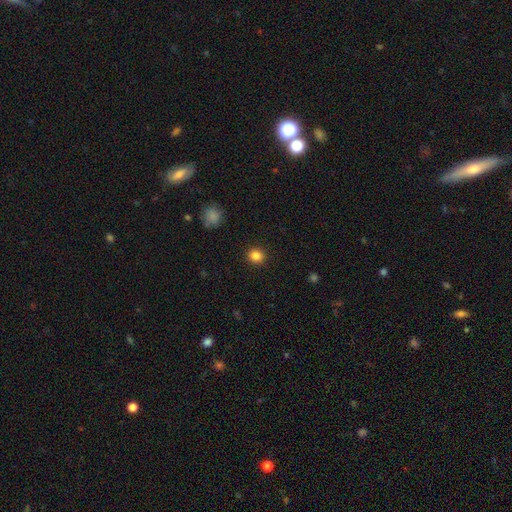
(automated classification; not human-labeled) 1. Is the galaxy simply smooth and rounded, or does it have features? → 85% smooth, 11% star or artifact, 4% featured or disk.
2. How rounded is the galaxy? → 86% round, 13% in between, 1% cigar-shaped.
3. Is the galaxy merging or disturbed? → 91% none, 6% minor disturbance, 2% major disturbance, 1% merger.